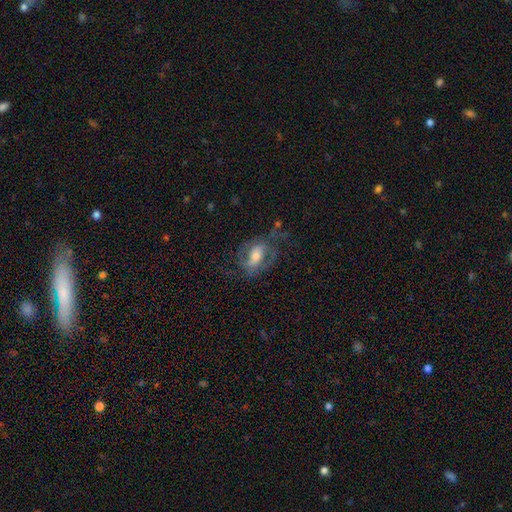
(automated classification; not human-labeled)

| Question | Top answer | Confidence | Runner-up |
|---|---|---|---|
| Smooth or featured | featured or disk | 65% | smooth (27%) |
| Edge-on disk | no | 93% | yes (7%) |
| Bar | weak | 38% | no (33%) |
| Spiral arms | yes | 75% | no (25%) |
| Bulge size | moderate | 57% | small (30%) |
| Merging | none | 50% | major disturbance (26%) |